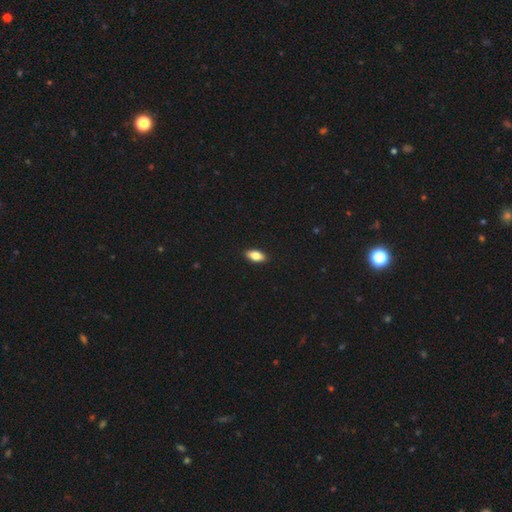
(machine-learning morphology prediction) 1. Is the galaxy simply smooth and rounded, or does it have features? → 78% smooth, 15% featured or disk, 7% star or artifact.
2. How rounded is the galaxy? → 87% in between, 10% cigar-shaped, 3% round.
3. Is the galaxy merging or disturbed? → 90% none, 7% minor disturbance, 2% major disturbance, 1% merger.